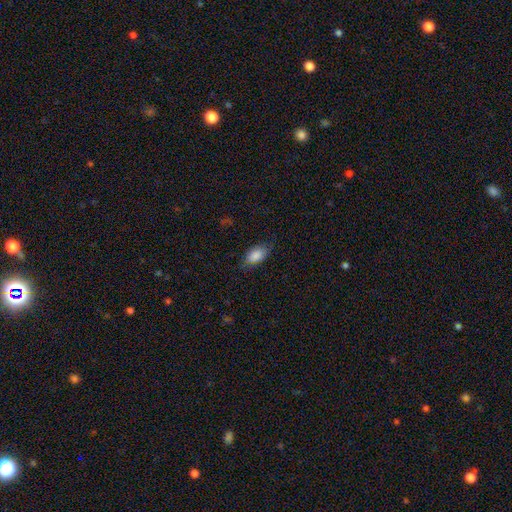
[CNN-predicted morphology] A smooth galaxy with no disk features (84%) that is in between round and cigar-shaped (91%).

Vote fractions:
- Smooth or featured? smooth: 84% / featured or disk: 9% / star or artifact: 7%
- How rounded? in between: 91% / round: 5% / cigar-shaped: 4%
- Merging? none: 73% / minor disturbance: 21% / major disturbance: 6% / merger: 1%